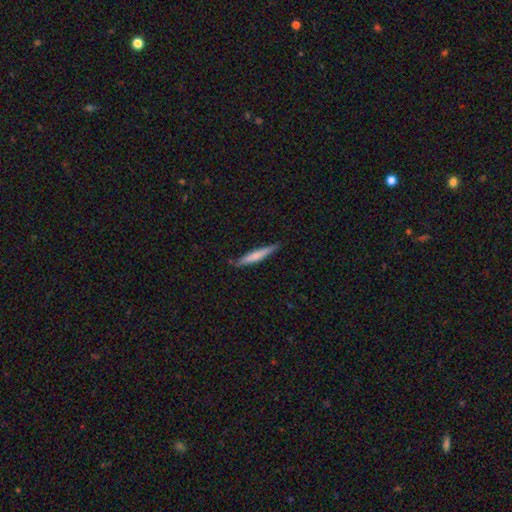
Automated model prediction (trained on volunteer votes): A smooth galaxy with no disk features (66%) that is cigar-shaped (93%). Merging: none (84%).